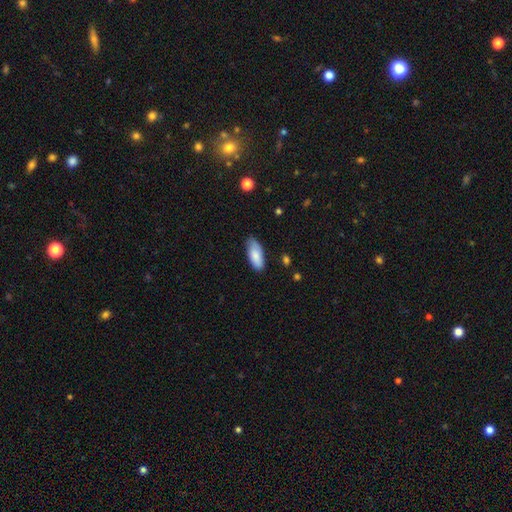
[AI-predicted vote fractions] A smooth galaxy with no disk features (83%) that is in between round and cigar-shaped (84%). Merging: none (76%).